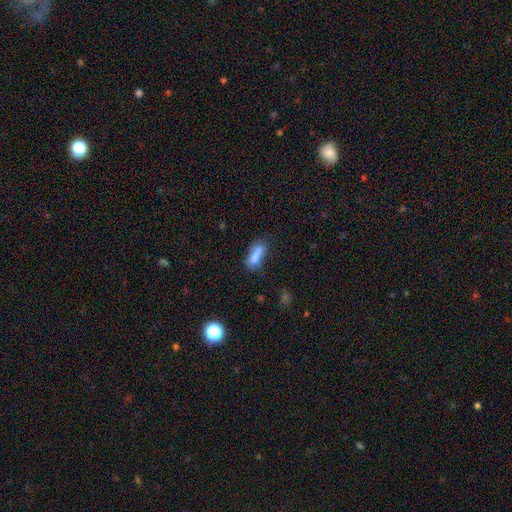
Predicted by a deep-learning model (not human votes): Overall: smooth (75%). How rounded: in between (74%). Merging: none (41%; minor disturbance 26%).